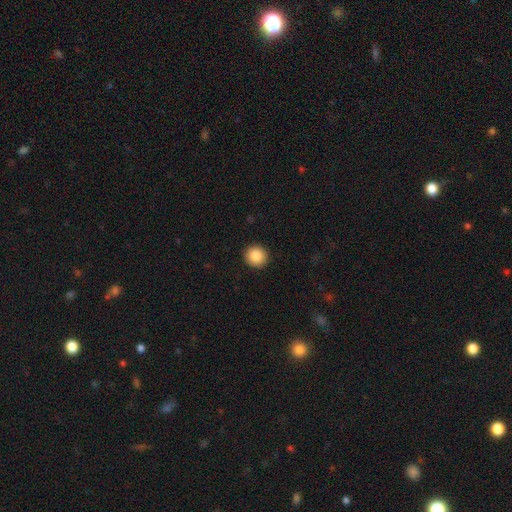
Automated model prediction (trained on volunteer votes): smooth_or_featured: smooth (p=0.86) [alt: star or artifact p=0.08]
how_rounded: round (p=0.90) [alt: in between p=0.09]
merging: none (p=0.93) [alt: minor disturbance p=0.05]